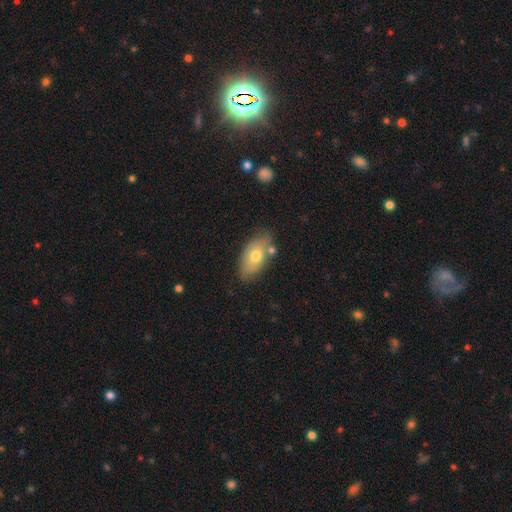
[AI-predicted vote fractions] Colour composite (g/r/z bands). It shows a smooth galaxy with no disk features (67%) that is in between round and cigar-shaped (91%). Merging: none (70%).